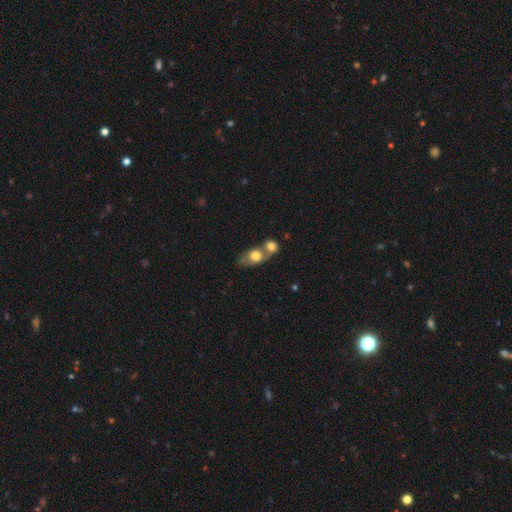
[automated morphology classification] A smooth galaxy with no disk features (72%) that is in between round and cigar-shaped (60%).

Vote fractions:
- Smooth or featured? smooth: 72% / featured or disk: 20% / star or artifact: 8%
- How rounded? in between: 60% / round: 37% / cigar-shaped: 3%
- Merging? merger: 64% / none: 24% / minor disturbance: 8% / major disturbance: 4%